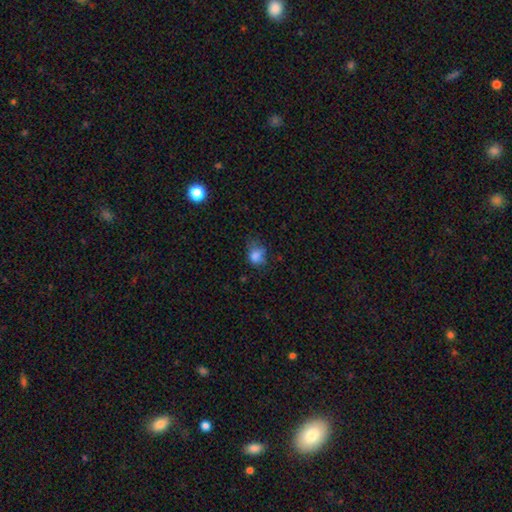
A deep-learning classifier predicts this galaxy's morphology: Q: Smooth or featured?
A: smooth (79%); runner-up: star or artifact (12%)
Q: How rounded?
A: in between (50%); runner-up: round (49%)
Q: Merging?
A: none (44%); runner-up: minor disturbance (34%)